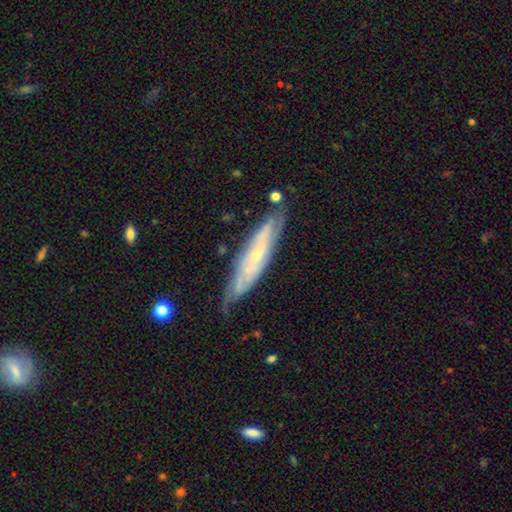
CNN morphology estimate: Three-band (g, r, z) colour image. It shows a featured or disk galaxy (72%). Merging: none (70%).